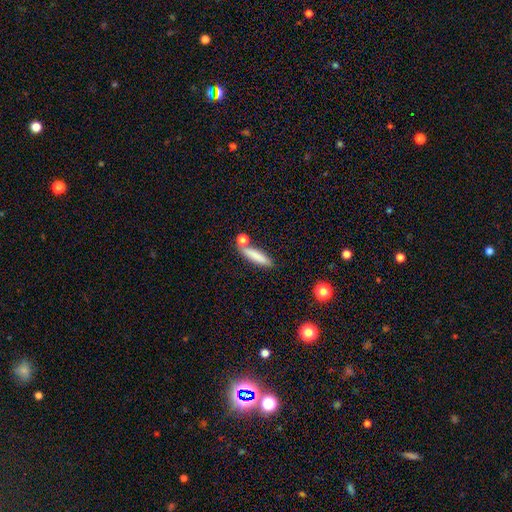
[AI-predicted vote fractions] This appears to be a smooth galaxy with no disk features (80%) that is cigar-shaped (75%). Merging: none (69%).